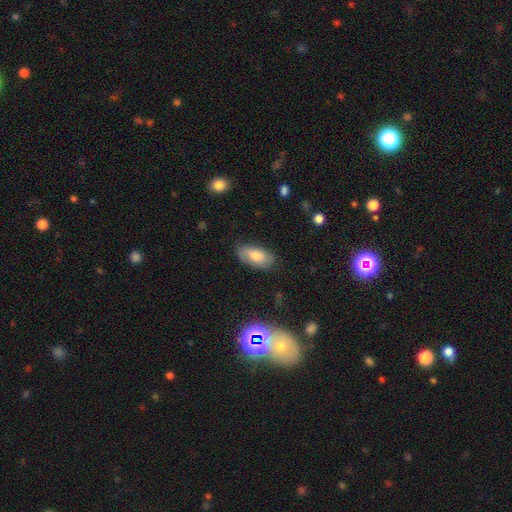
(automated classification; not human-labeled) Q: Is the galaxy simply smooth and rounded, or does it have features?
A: smooth — 69%.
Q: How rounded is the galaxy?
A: in between — 92%.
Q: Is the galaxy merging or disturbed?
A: none — 77%.